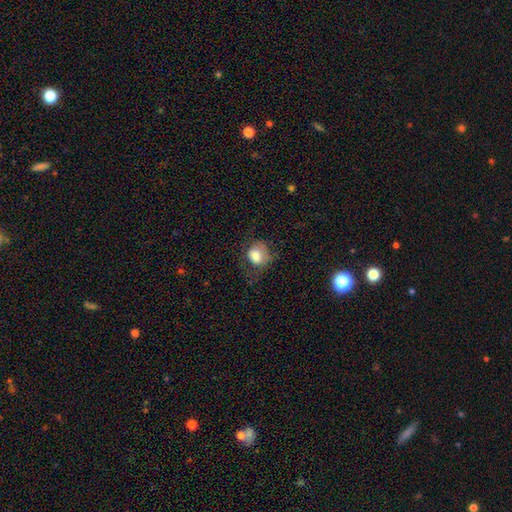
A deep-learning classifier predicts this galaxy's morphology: Smooth or featured: smooth — 78% (featured or disk — 13%)
How rounded: round — 53% (in between — 46%)
Merging: none — 43% (minor disturbance — 27%)